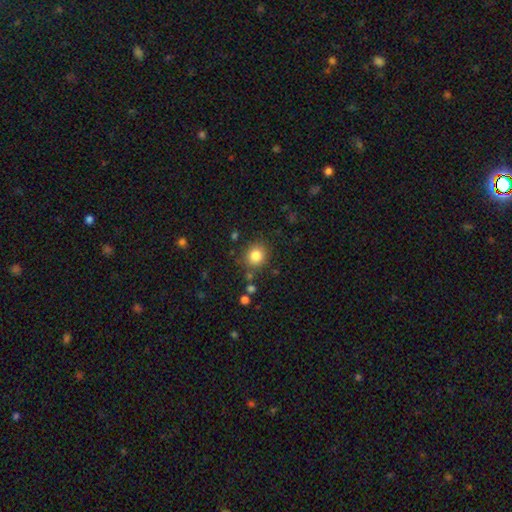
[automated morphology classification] The model was most divided on "how rounded": round: 81%, in between: 18%, cigar-shaped: 1%. More confident: smooth or featured — smooth (83%); merging — none (82%).